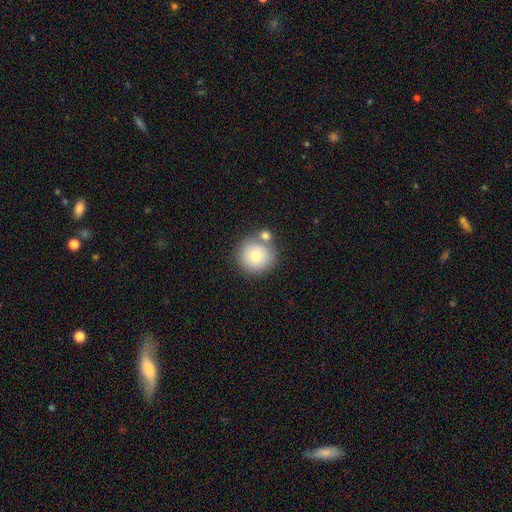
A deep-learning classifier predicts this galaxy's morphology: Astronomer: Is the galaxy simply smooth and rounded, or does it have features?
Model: smooth — 72%.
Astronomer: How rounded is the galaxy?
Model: round — 92%.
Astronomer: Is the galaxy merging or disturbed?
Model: none — 64%.